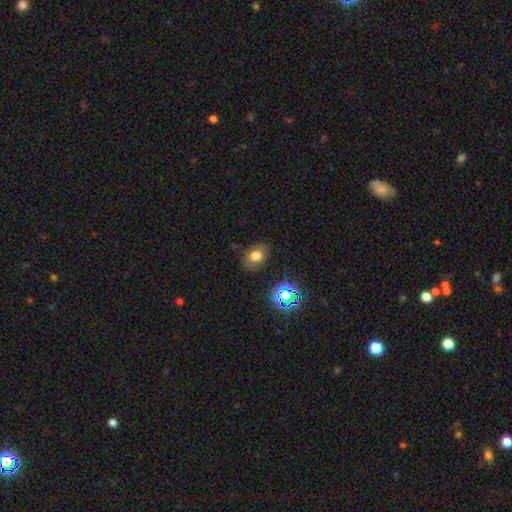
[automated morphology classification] Q: Smooth or featured?
A: smooth (69%); runner-up: star or artifact (17%)
Q: How rounded?
A: in between (70%); runner-up: round (29%)
Q: Merging?
A: none (80%); runner-up: minor disturbance (14%)